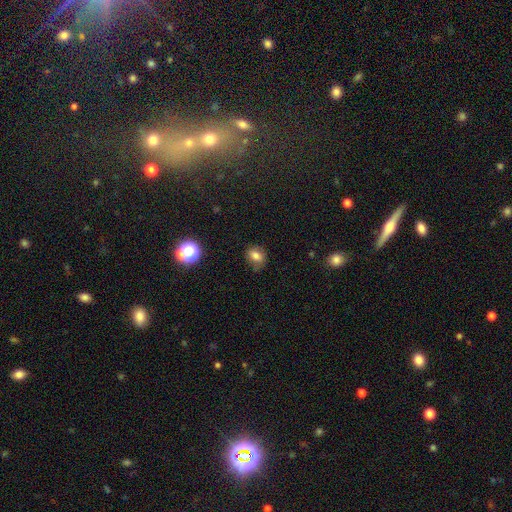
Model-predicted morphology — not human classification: Smooth or featured? Predicted: smooth (p=0.76). How rounded? Predicted: in between (p=0.58). Merging? Predicted: none (p=0.72).